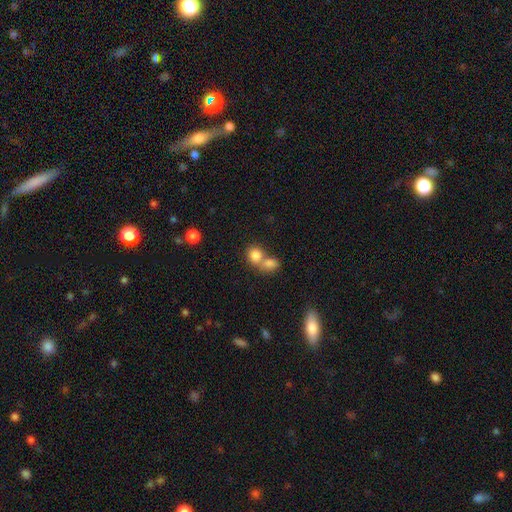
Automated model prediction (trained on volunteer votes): A smooth galaxy with no disk features (82%) that is round (71%).

Vote fractions:
- Smooth or featured? smooth: 82% / star or artifact: 10% / featured or disk: 9%
- How rounded? round: 71% / in between: 28% / cigar-shaped: 1%
- Merging? merger: 58% / none: 33% / minor disturbance: 6% / major disturbance: 3%